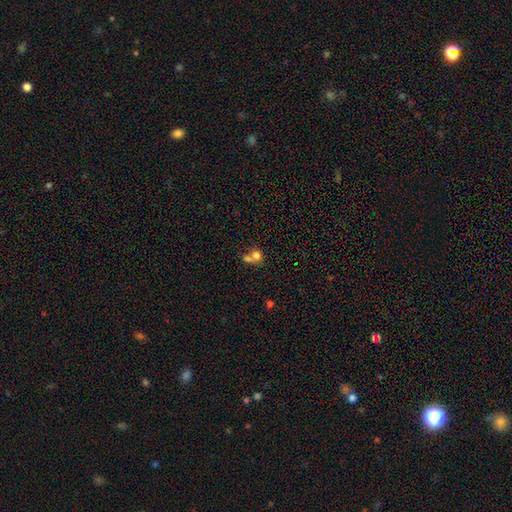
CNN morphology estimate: Smooth or featured? smooth (72%)
How rounded? round (65%)
Merging? merger (62%)